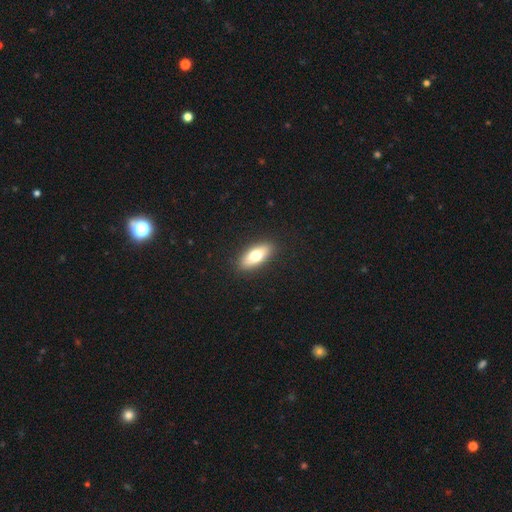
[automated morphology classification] A smooth galaxy with no disk features (71%) that is in between round and cigar-shaped (78%).

Vote fractions:
- Smooth or featured? smooth: 71% / featured or disk: 22% / star or artifact: 7%
- How rounded? in between: 78% / cigar-shaped: 19% / round: 3%
- Merging? none: 89% / minor disturbance: 8% / major disturbance: 2% / merger: 1%